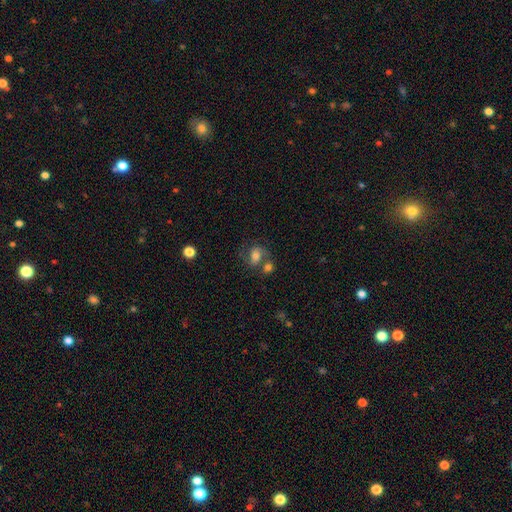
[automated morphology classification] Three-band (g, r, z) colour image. It shows a smooth galaxy with no disk features (45%). Merging: none (44%).